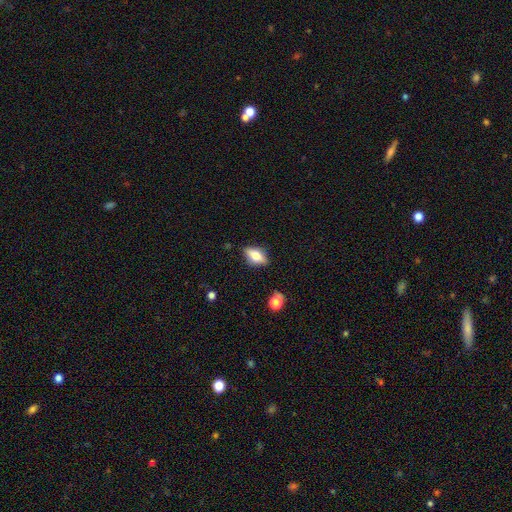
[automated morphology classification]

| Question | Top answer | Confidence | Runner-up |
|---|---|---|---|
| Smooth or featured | smooth | 59% | featured or disk (32%) |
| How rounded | in between | 80% | cigar-shaped (12%) |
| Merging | none | 81% | minor disturbance (14%) |